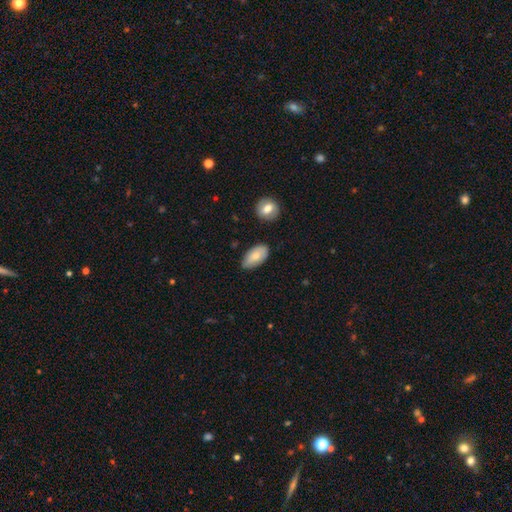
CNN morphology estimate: type=smooth (78%); roundness=in between (93%); merging=none (70%).